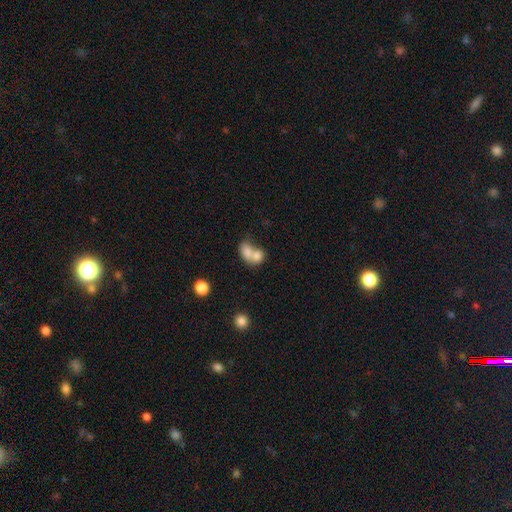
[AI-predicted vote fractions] A smooth galaxy with no disk features (73%) that is in between round and cigar-shaped (65%). Merging: merger (74%).